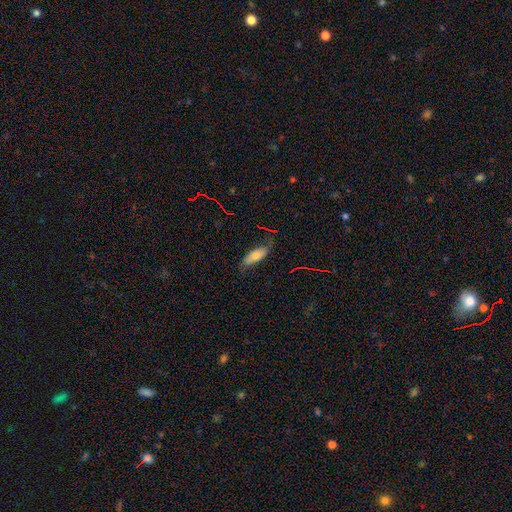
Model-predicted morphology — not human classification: Overall: smooth (63%; featured or disk 29%). How rounded: in between (67%; cigar-shaped 31%). Merging: none (64%; minor disturbance 25%).